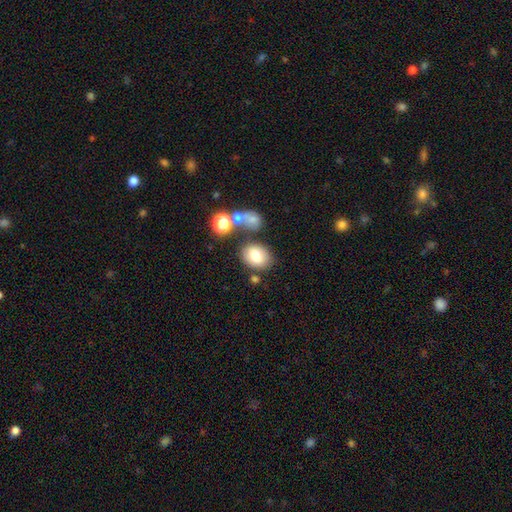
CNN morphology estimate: Smooth or featured? smooth (78%)
How rounded? in between (63%)
Merging? none (72%)